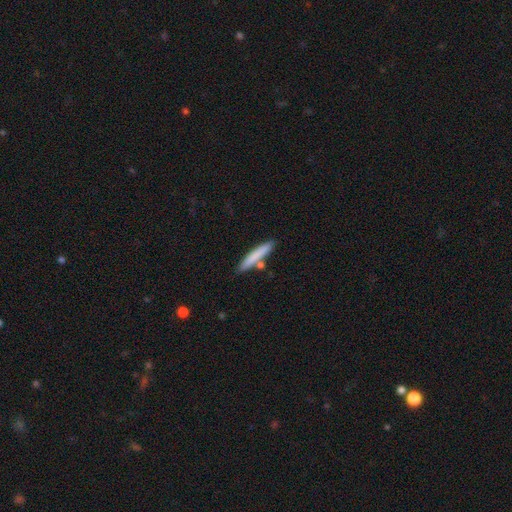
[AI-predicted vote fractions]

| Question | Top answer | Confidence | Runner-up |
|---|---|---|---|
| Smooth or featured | smooth | 77% | featured or disk (17%) |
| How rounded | cigar-shaped | 93% | in between (6%) |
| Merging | none | 78% | minor disturbance (11%) |